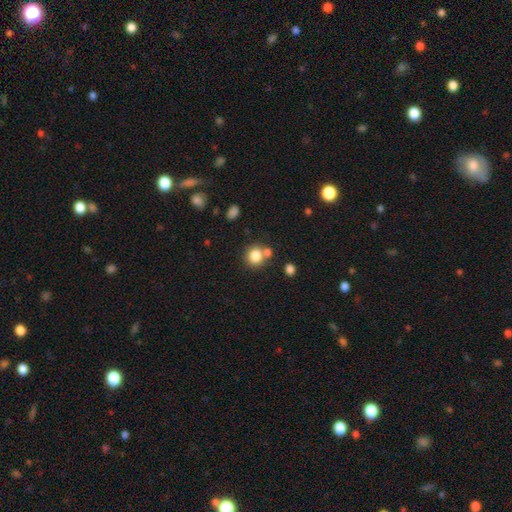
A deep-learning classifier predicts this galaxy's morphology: Smooth or featured?
  - smooth: 81% *
  - star or artifact: 11%
  - featured or disk: 8%
How rounded?
  - round: 85% *
  - in between: 14%
  - cigar-shaped: 1%
Merging?
  - none: 62% *
  - merger: 25%
  - minor disturbance: 9%
  - major disturbance: 3%